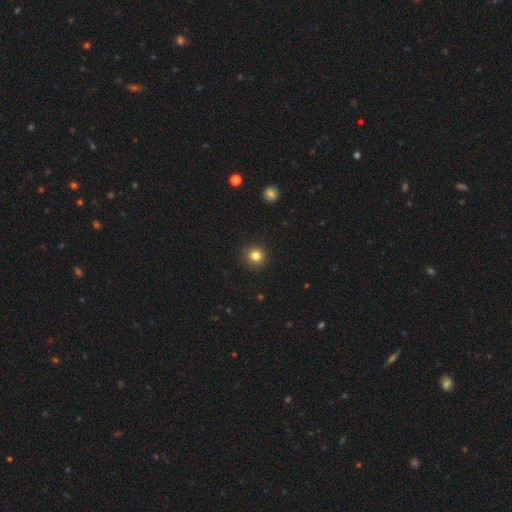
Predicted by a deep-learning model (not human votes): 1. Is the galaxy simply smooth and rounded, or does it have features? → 82% smooth, 12% star or artifact, 6% featured or disk.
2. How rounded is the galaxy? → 94% round, 5% in between, 1% cigar-shaped.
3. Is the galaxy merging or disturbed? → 91% none, 6% minor disturbance, 2% major disturbance, 1% merger.